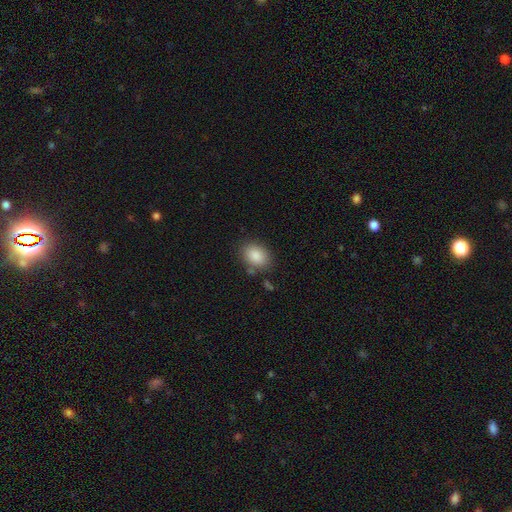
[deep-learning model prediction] A smooth galaxy with no disk features (88%) that is in between round and cigar-shaped (74%).

Vote fractions:
- Smooth or featured? smooth: 88% / star or artifact: 7% / featured or disk: 5%
- How rounded? in between: 74% / round: 25% / cigar-shaped: 1%
- Merging? none: 79% / minor disturbance: 13% / major disturbance: 4% / merger: 4%